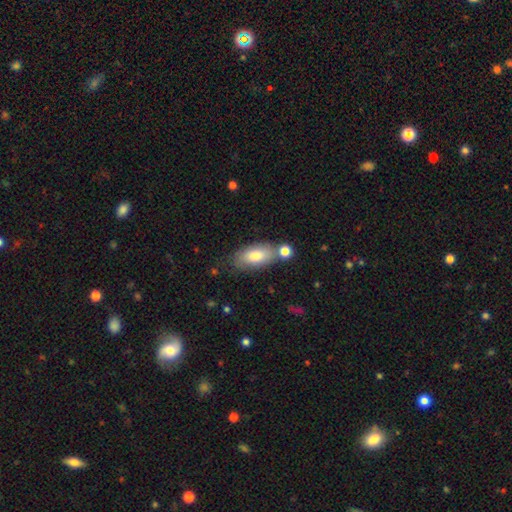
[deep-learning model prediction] smooth 77%, featured or disk 16%, star or artifact 7%. Down the decision tree: how rounded — in between (88%); merging — none (67%).